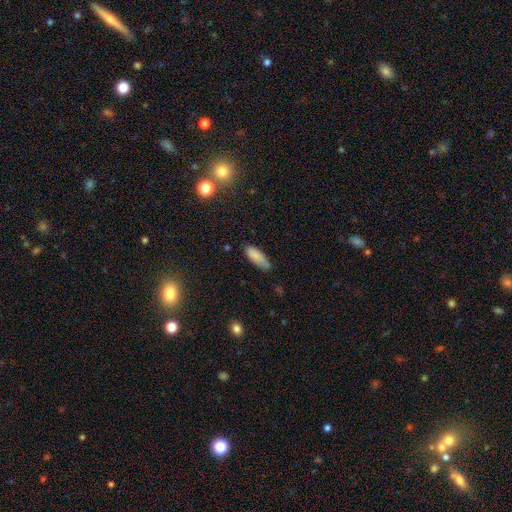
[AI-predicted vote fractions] Smooth or featured?
  - smooth: 85% *
  - star or artifact: 8%
  - featured or disk: 7%
How rounded?
  - in between: 74% *
  - cigar-shaped: 25%
  - round: 2%
Merging?
  - none: 61% *
  - minor disturbance: 30%
  - major disturbance: 6%
  - merger: 3%